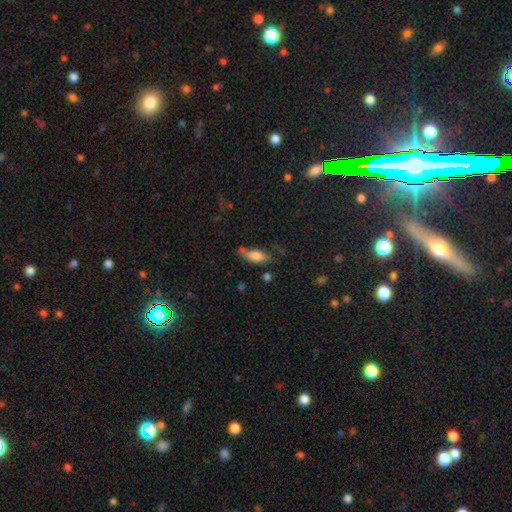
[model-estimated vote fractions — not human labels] smooth_or_featured: smooth (p=0.76) [alt: featured or disk p=0.16]
how_rounded: in between (p=0.72) [alt: cigar-shaped p=0.25]
merging: none (p=0.61) [alt: minor disturbance p=0.23]